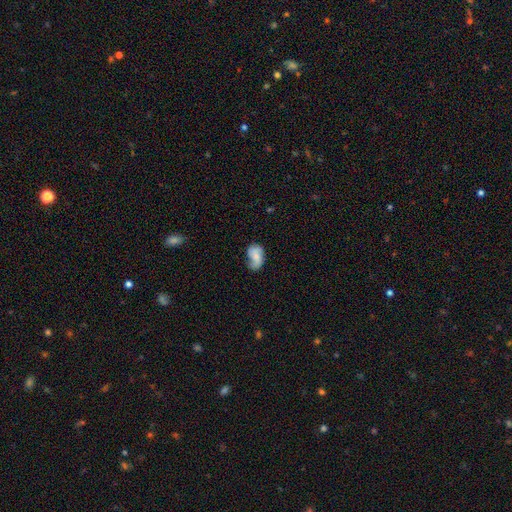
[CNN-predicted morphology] Smooth or featured? smooth (51%)
How rounded? in between (82%)
Merging? none (50%)